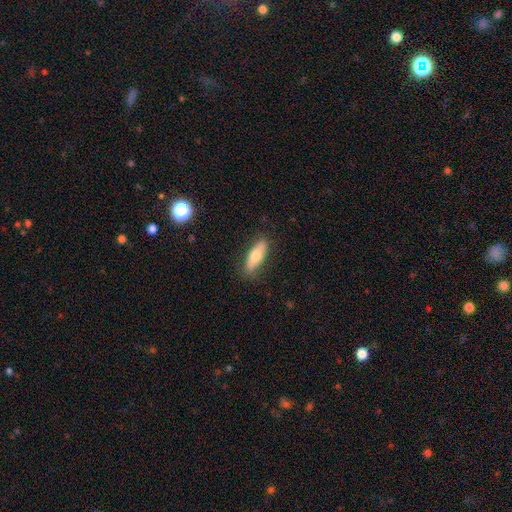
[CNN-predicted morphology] Smooth or featured: smooth — 66% (featured or disk — 28%)
How rounded: in between — 59% (cigar-shaped — 38%)
Merging: none — 84% (minor disturbance — 12%)